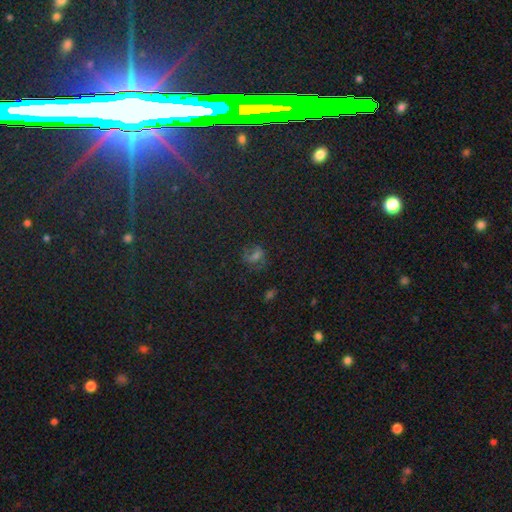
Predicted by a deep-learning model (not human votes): This appears to be a star or artifact, not a galaxy (44%).